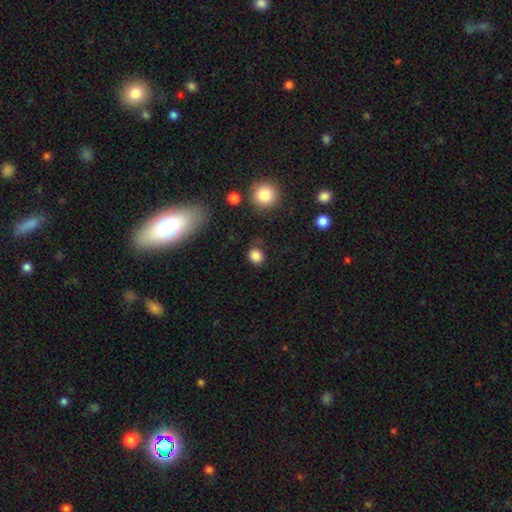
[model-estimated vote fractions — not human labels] Overall: smooth (84%). How rounded: round (72%). Merging: none (79%).